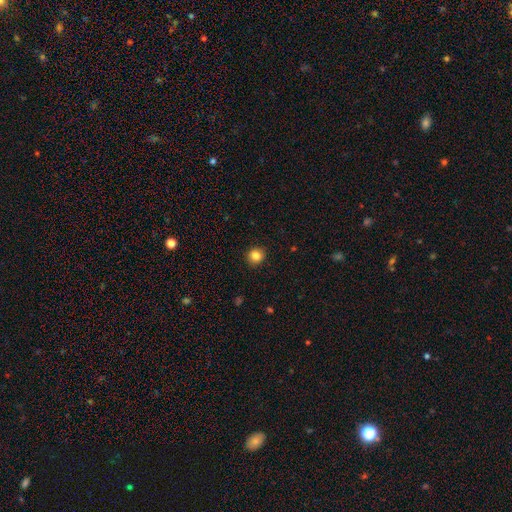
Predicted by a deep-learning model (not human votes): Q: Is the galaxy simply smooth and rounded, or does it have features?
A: smooth — 84%.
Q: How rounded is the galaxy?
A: round — 89%.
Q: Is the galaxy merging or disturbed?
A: none — 91%.